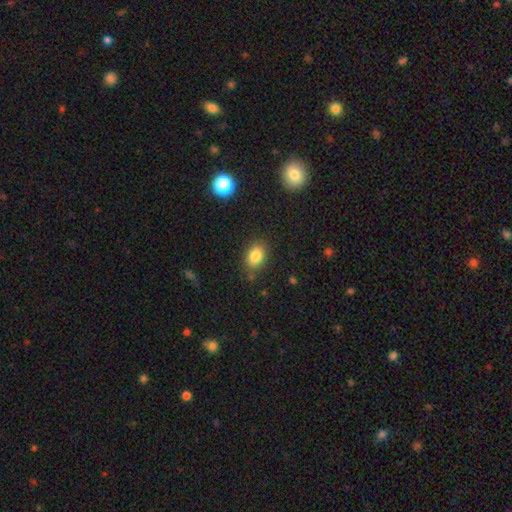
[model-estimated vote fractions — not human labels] The model was most divided on "how rounded": in between: 78%, round: 20%, cigar-shaped: 1%. More confident: smooth or featured — smooth (84%); merging — none (81%).